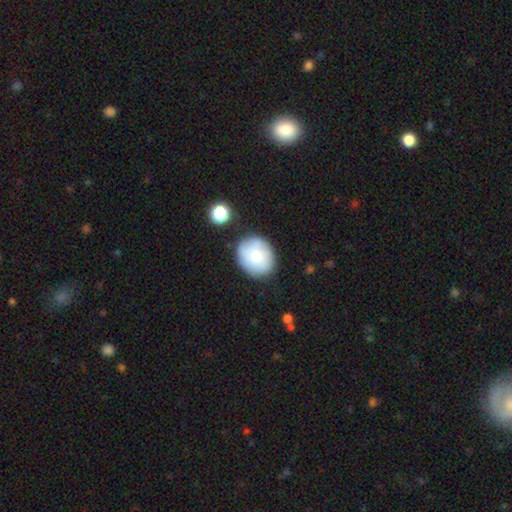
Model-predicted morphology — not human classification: type=smooth (74%); roundness=round (65%); merging=none (76%).